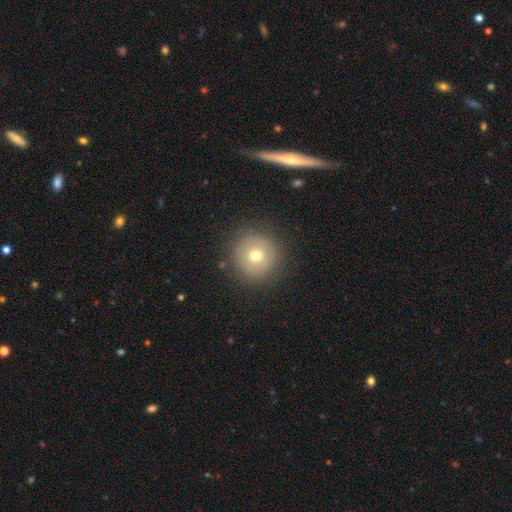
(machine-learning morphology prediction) Smooth or featured?
  - smooth: 69% *
  - featured or disk: 18%
  - star or artifact: 13%
How rounded?
  - round: 94% *
  - in between: 5%
  - cigar-shaped: 1%
Merging?
  - none: 89% *
  - minor disturbance: 7%
  - major disturbance: 3%
  - merger: 2%